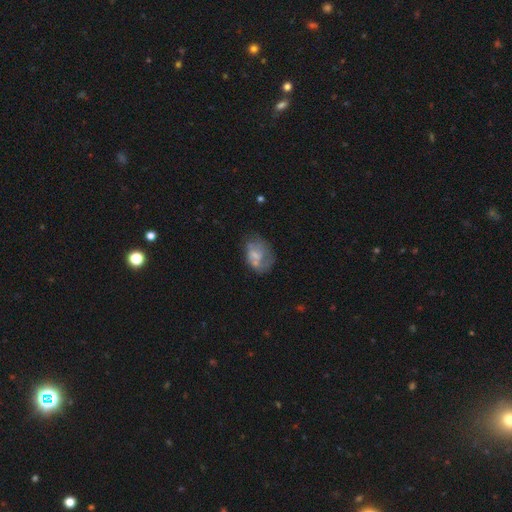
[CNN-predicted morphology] smooth-or-featured: featured or disk: 48% | smooth: 42% | star or artifact: 9%
  merging: none: 40% | minor disturbance: 26% | major disturbance: 25% | merger: 10%